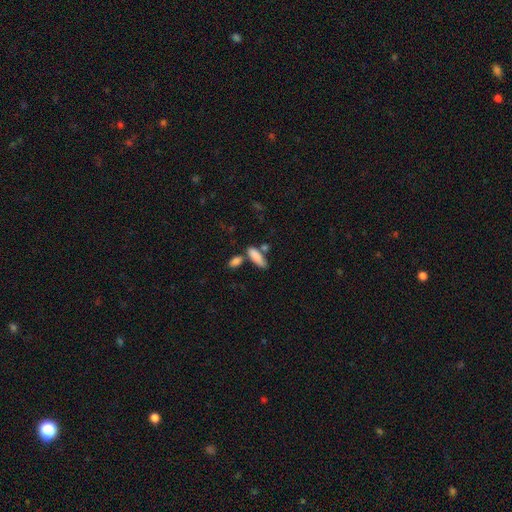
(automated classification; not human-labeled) Morphology: type=smooth (85%); roundness=in between (54%); merging=none (56%).